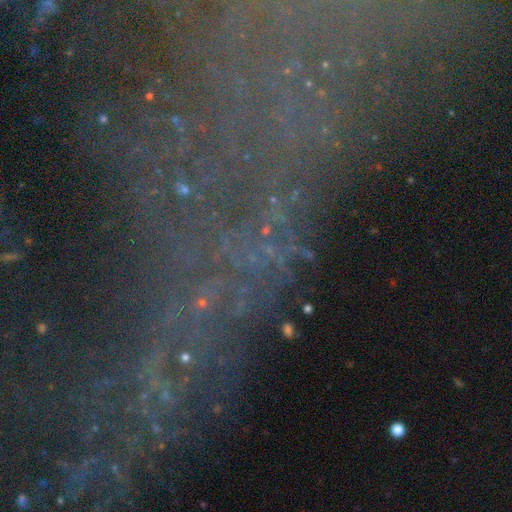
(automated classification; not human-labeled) The model was most divided on "smooth or featured": star or artifact: 70%, featured or disk: 18%, smooth: 12%.